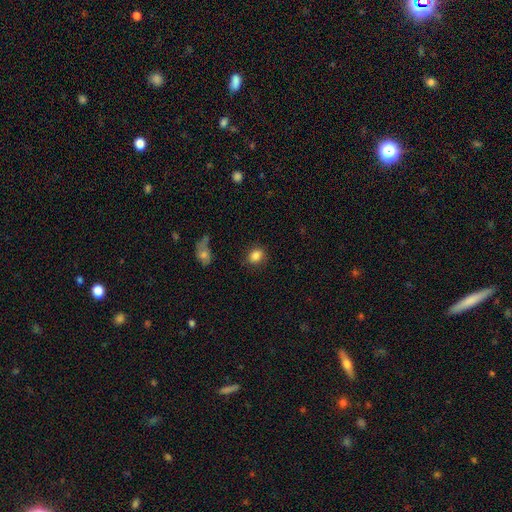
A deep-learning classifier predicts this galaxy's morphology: Smooth or featured? smooth (85%)
How rounded? round (54%)
Merging? none (83%)